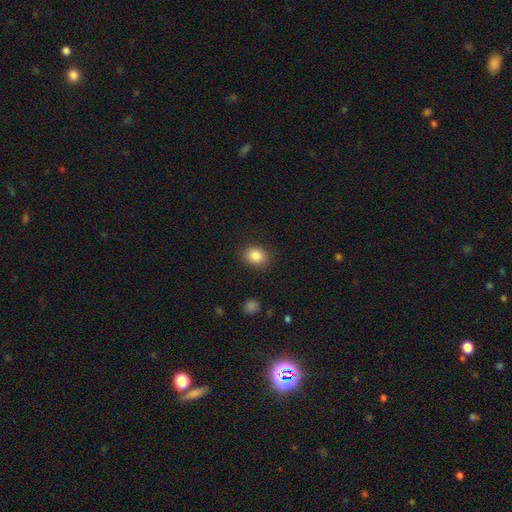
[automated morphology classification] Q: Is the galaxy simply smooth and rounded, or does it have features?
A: smooth — 86%.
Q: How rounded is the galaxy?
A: round — 58%.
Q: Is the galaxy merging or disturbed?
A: none — 87%.